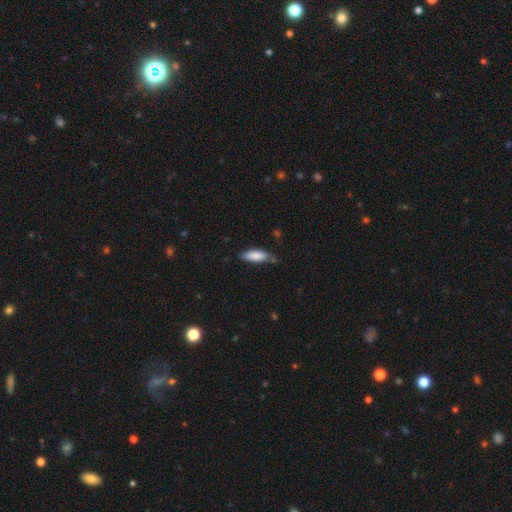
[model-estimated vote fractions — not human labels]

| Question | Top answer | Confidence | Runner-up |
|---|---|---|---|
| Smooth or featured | smooth | 85% | featured or disk (9%) |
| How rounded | in between | 63% | cigar-shaped (35%) |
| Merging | none | 67% | minor disturbance (25%) |